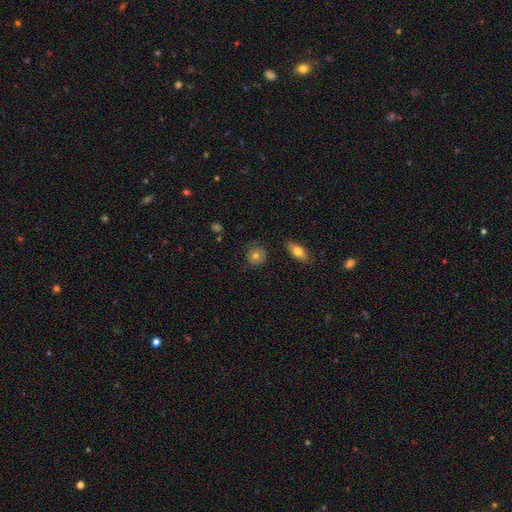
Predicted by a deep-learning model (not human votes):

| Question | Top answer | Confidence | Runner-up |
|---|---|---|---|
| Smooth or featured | smooth | 67% | featured or disk (24%) |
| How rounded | round | 83% | in between (15%) |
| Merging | none | 77% | minor disturbance (16%) |